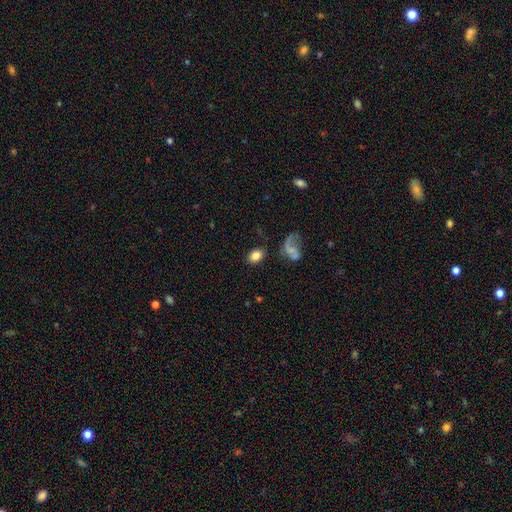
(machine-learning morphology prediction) A smooth galaxy with no disk features (79%) that is in between round and cigar-shaped (73%). Merging: none (73%).